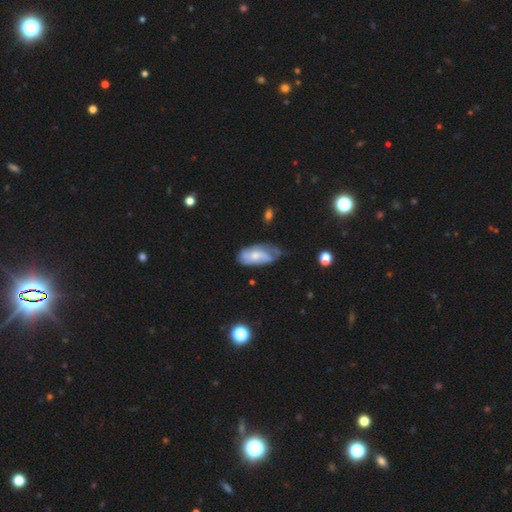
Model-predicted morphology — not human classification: type=featured or disk (56%); edge-on=no (93%); bar=no (66%); spiral arms=yes (78%); bulge=moderate (46%); merging=none (43%).